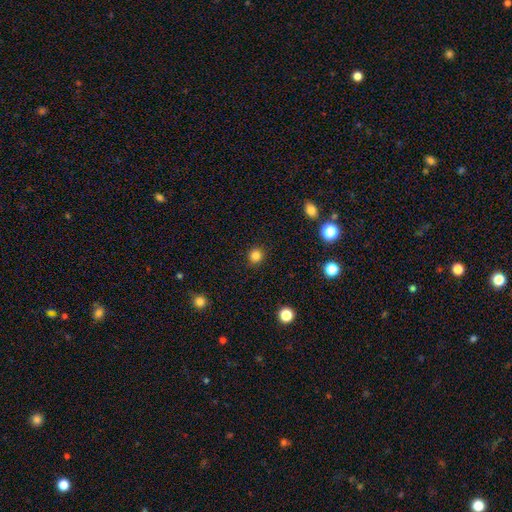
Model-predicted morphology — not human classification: Smooth or featured? smooth (83%)
How rounded? round (91%)
Merging? none (91%)